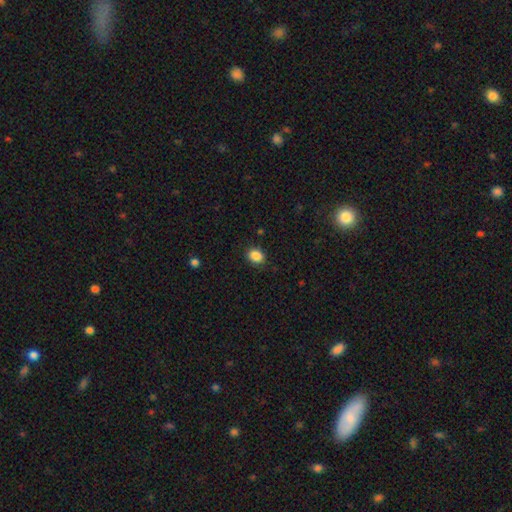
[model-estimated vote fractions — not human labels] Q: Smooth or featured?
A: smooth (87%); runner-up: star or artifact (9%)
Q: How rounded?
A: in between (58%); runner-up: round (41%)
Q: Merging?
A: none (85%); runner-up: minor disturbance (12%)